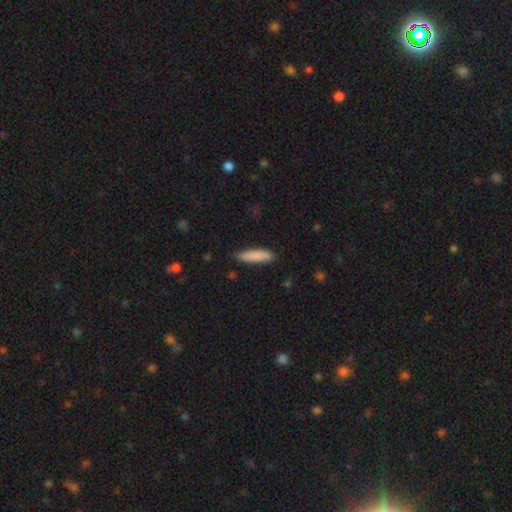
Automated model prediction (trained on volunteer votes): The model was most divided on "how rounded": cigar-shaped: 74%, in between: 24%, round: 1%. More confident: smooth or featured — smooth (86%); merging — none (84%).